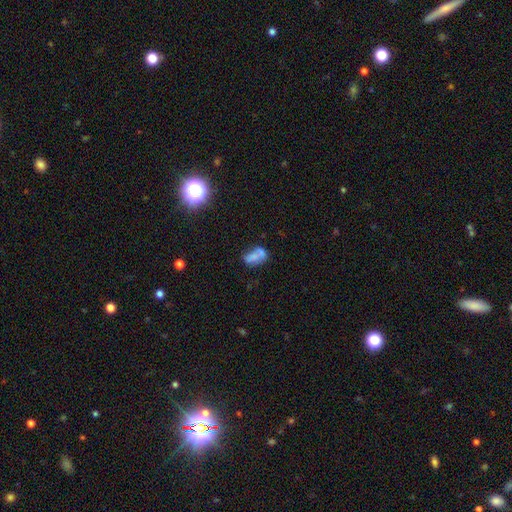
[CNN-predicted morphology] smooth_or_featured: smooth (p=0.58) [alt: featured or disk p=0.29]
how_rounded: in between (p=0.84) [alt: round p=0.12]
merging: merger (p=0.35) [alt: none p=0.32]